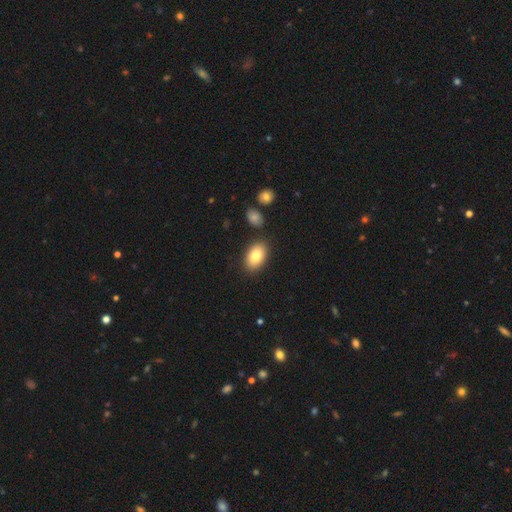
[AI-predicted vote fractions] smooth 83%, featured or disk 10%, star or artifact 7%. Down the decision tree: how rounded — in between (92%); merging — none (84%).